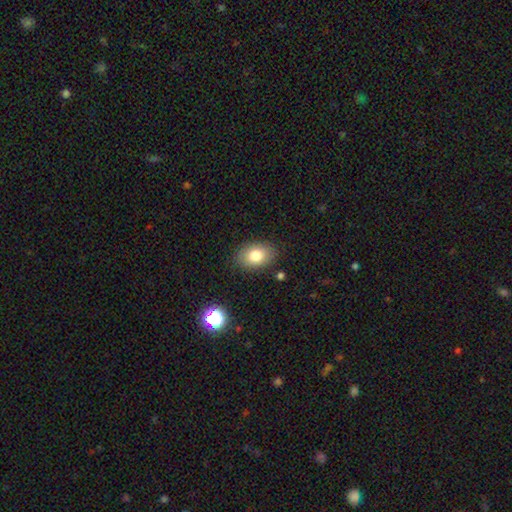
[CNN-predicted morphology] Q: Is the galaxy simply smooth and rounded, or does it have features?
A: smooth — 80%.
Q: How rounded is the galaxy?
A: in between — 80%.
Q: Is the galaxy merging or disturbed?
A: none — 85%.